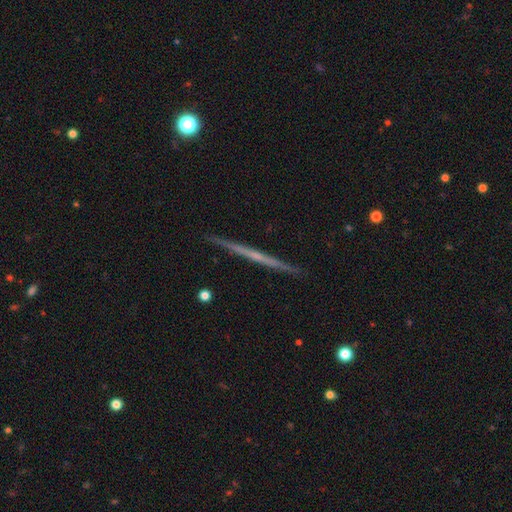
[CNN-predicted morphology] Smooth or featured? featured or disk (70%)
Edge-on disk? yes (98%)
Edge-on bulge? none (80%)
Merging? none (92%)